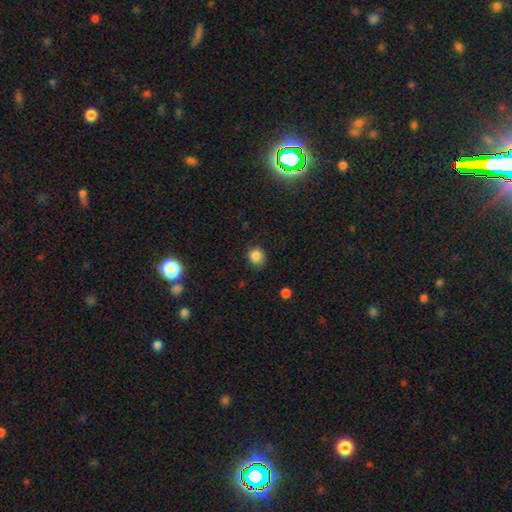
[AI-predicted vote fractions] A smooth galaxy with no disk features (85%) that is round (81%).

Vote fractions:
- Smooth or featured? smooth: 85% / star or artifact: 11% / featured or disk: 4%
- How rounded? round: 81% / in between: 18% / cigar-shaped: 1%
- Merging? none: 73% / minor disturbance: 21% / major disturbance: 5% / merger: 1%